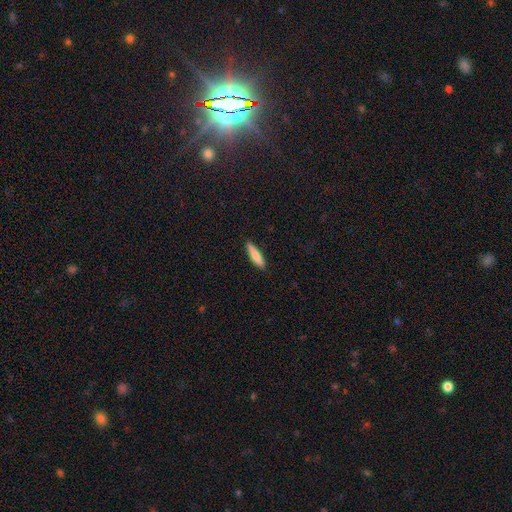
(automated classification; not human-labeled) Smooth or featured?
  - smooth: 80% *
  - featured or disk: 15%
  - star or artifact: 5%
How rounded?
  - cigar-shaped: 79% *
  - in between: 19%
  - round: 1%
Merging?
  - none: 90% *
  - minor disturbance: 7%
  - major disturbance: 2%
  - merger: 1%